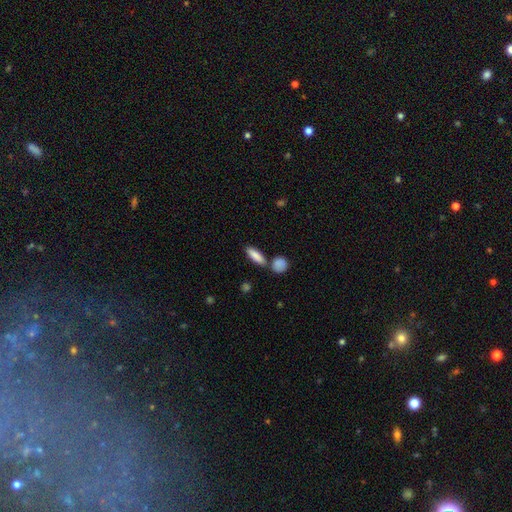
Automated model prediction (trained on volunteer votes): Smooth or featured? smooth (85%)
How rounded? in between (48%, tied with cigar-shaped)
Merging? none (72%)